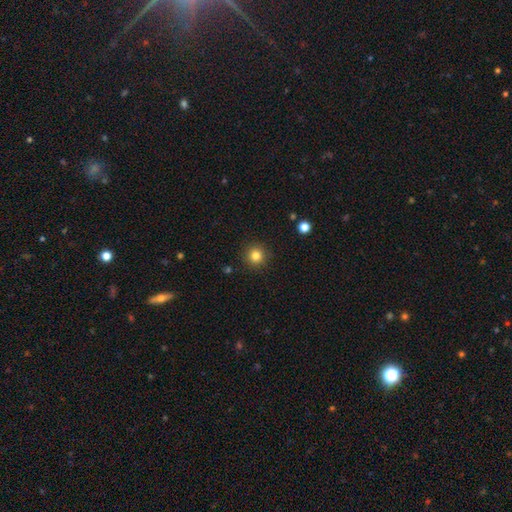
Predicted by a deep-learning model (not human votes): Overall: smooth (82%). How rounded: round (95%). Merging: none (91%).